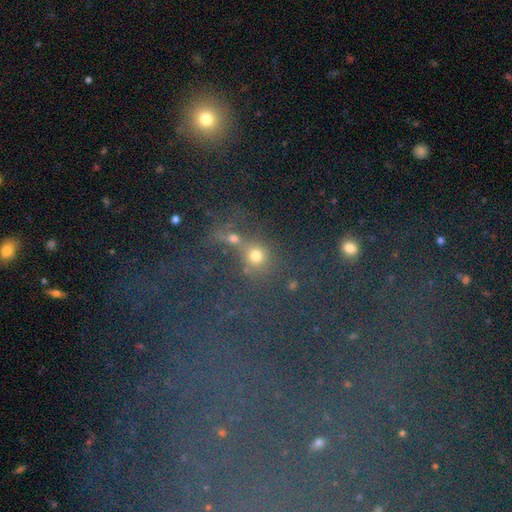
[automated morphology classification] smooth_or_featured: smooth (p=0.55) [alt: star or artifact p=0.32]
how_rounded: round (p=0.82) [alt: in between p=0.15]
merging: none (p=0.46) [alt: merger p=0.35]